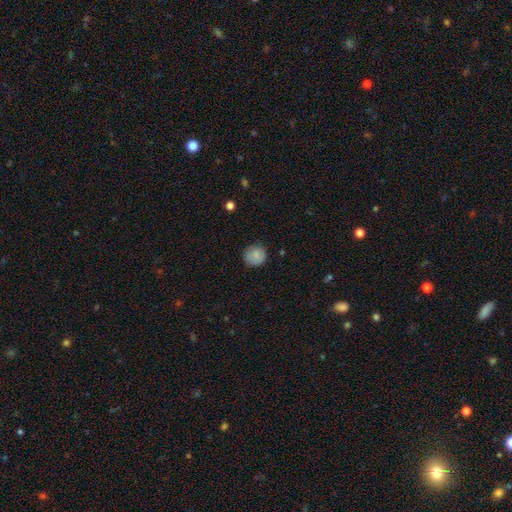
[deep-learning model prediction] Smooth or featured? Predicted: smooth (p=0.83). How rounded? Predicted: round (p=0.89). Merging? Predicted: none (p=0.83).